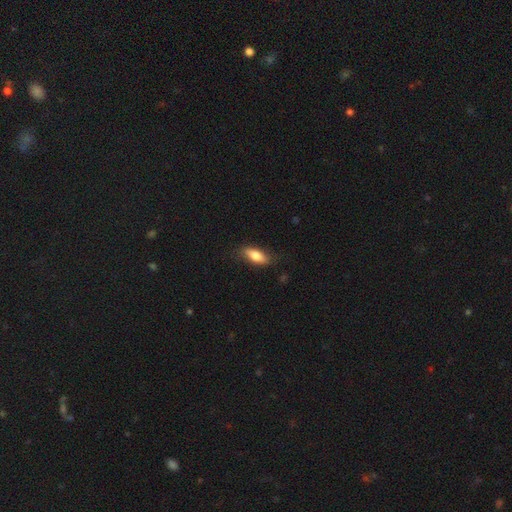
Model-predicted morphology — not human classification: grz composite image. It shows a smooth galaxy with no disk features (78%) that is in between round and cigar-shaped (74%). Merging: none (78%).